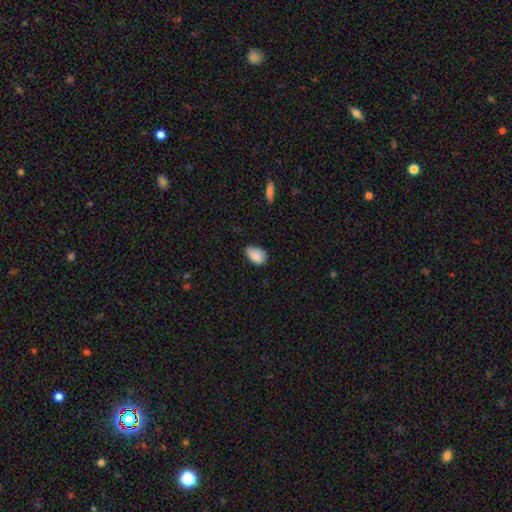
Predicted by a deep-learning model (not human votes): Smooth or featured?
  - smooth: 87% *
  - star or artifact: 8%
  - featured or disk: 5%
How rounded?
  - in between: 89% *
  - round: 10%
  - cigar-shaped: 1%
Merging?
  - none: 60% *
  - minor disturbance: 34%
  - major disturbance: 5%
  - merger: 1%